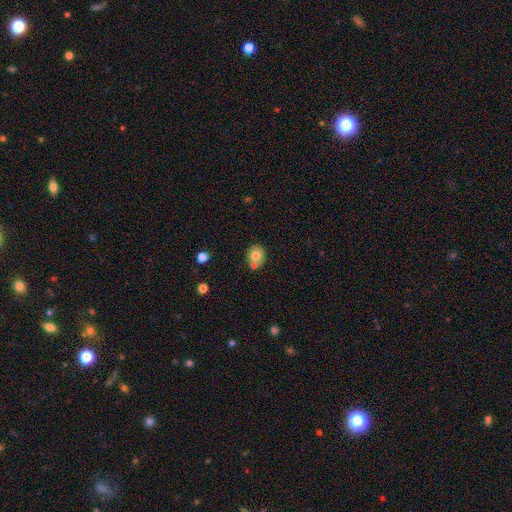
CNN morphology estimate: Q: Smooth or featured?
A: smooth (75%); runner-up: featured or disk (15%)
Q: How rounded?
A: round (74%); runner-up: in between (26%)
Q: Merging?
A: none (65%); runner-up: merger (20%)